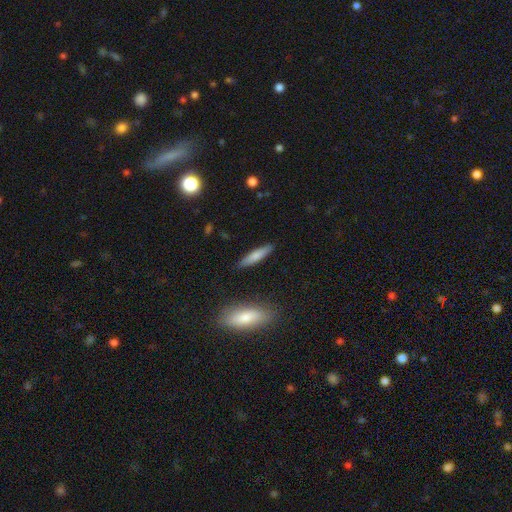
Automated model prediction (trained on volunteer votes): A smooth galaxy with no disk features (72%) that is cigar-shaped (81%). Merging: none (88%).